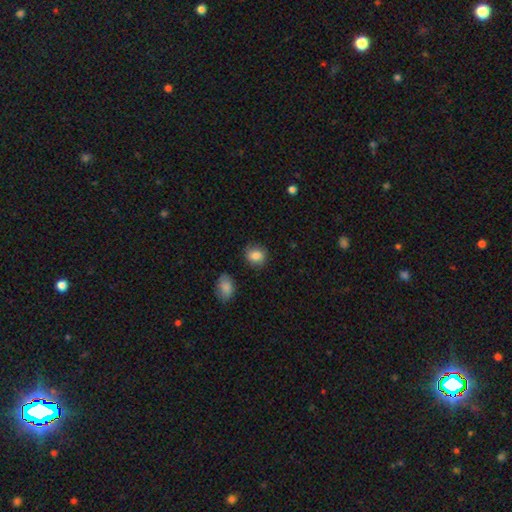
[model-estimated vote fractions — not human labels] The model was most divided on "how rounded": round: 74%, in between: 25%, cigar-shaped: 1%. More confident: smooth or featured — smooth (86%); merging — none (85%).